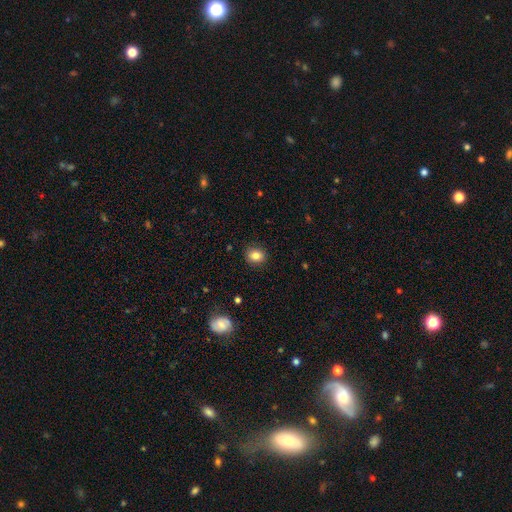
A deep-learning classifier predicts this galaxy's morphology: Smooth or featured: smooth — 82% (star or artifact — 10%)
How rounded: round — 67% (in between — 32%)
Merging: none — 88% (minor disturbance — 9%)